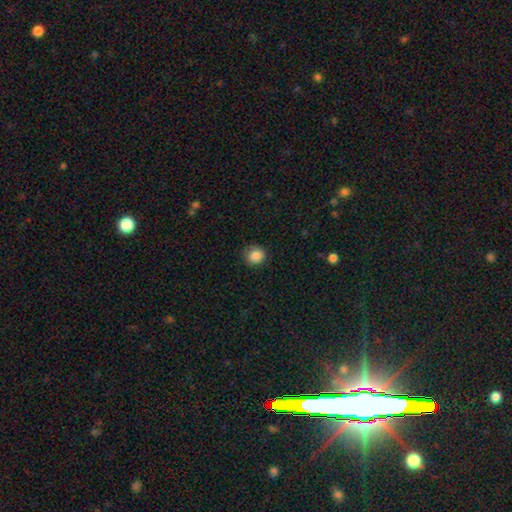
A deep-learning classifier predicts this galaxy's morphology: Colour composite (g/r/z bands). It shows a smooth galaxy with no disk features (87%) that is round (78%). Merging: none (81%).